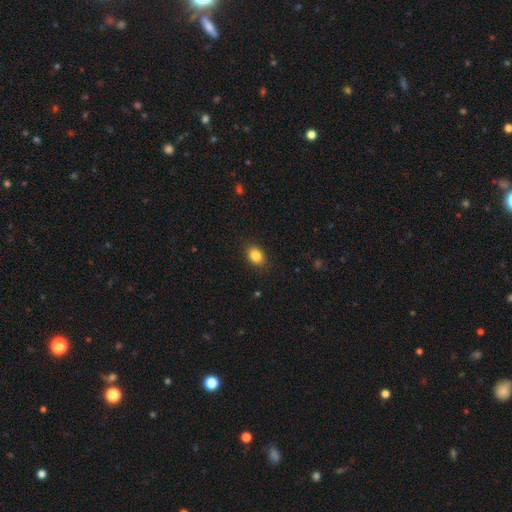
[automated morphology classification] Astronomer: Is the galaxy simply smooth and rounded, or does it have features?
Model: smooth — 85%.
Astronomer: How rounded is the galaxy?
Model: in between — 63%.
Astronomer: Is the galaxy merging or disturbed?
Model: none — 88%.